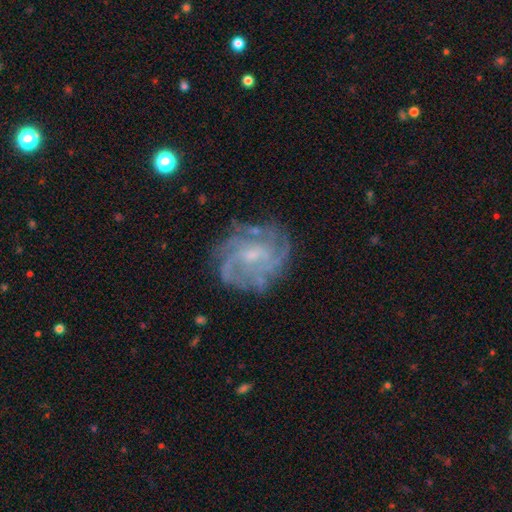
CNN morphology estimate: featured or disk 82%, smooth 10%, star or artifact 8%. Down the decision tree: edge-on disk — no (98%); bar — no (49%); spiral arms — yes (92%); spiral arm count — can't tell (34%); spiral winding — tight (51%); bulge size — small (64%); merging — none (72%).